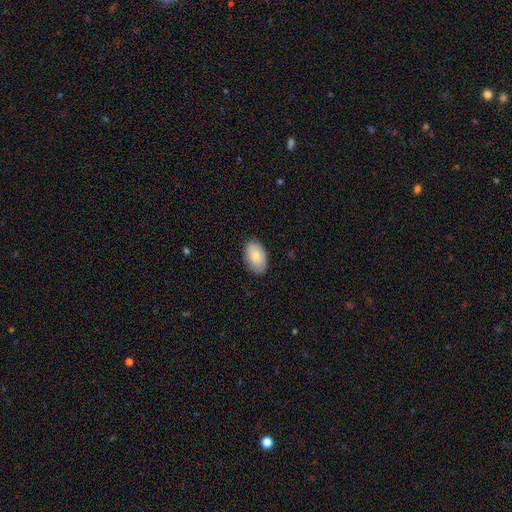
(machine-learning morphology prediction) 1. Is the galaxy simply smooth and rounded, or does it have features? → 82% smooth, 12% featured or disk, 6% star or artifact.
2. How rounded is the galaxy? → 93% in between, 6% round, 1% cigar-shaped.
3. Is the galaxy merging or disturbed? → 85% none, 11% minor disturbance, 2% major disturbance, 1% merger.